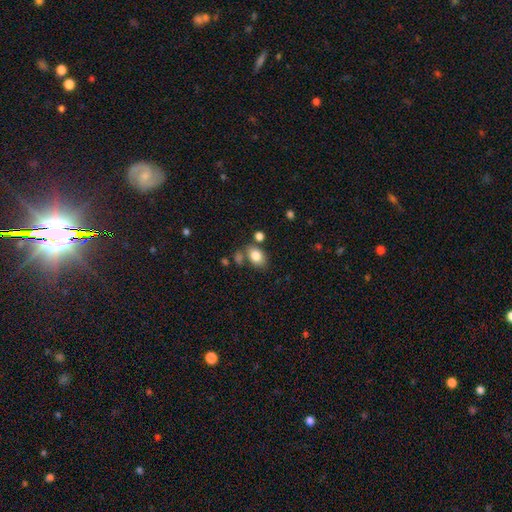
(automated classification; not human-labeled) Overall: smooth (82%). How rounded: in between (79%). Merging: none (65%).